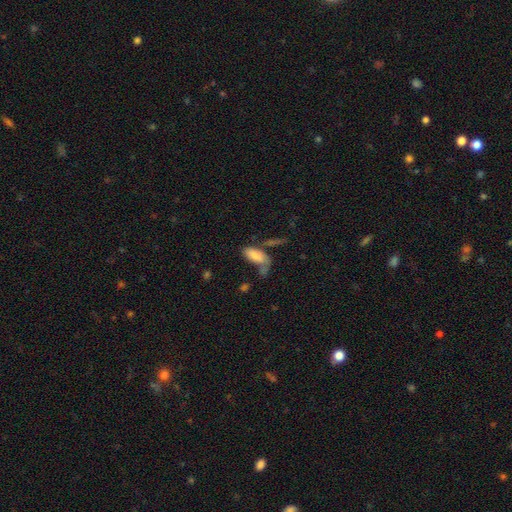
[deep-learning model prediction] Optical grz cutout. It shows a smooth galaxy with no disk features (79%) that is in between round and cigar-shaped (88%). Merging: none (36%).